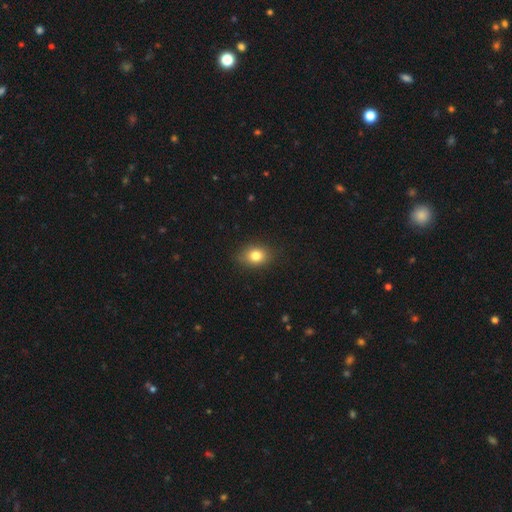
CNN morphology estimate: Overall: smooth (82%). How rounded: in between (65%; round 34%). Merging: none (86%).